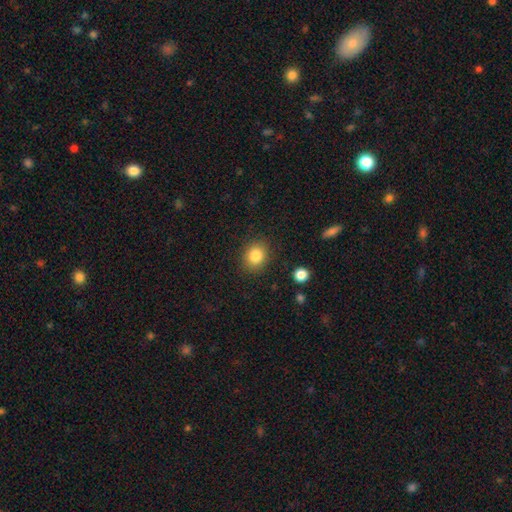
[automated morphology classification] smooth 84%, star or artifact 10%, featured or disk 6%. Down the decision tree: how rounded — round (66%); merging — none (87%).